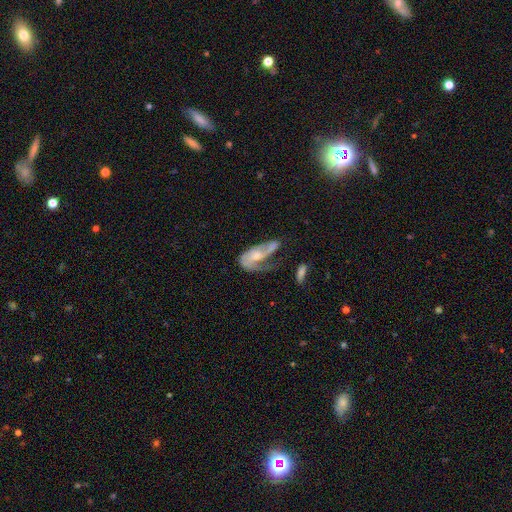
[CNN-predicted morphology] Overall: featured or disk (65%; smooth 29%). Edge-on disk: no (94%). Bar: no (67%). Spiral arms: yes (73%). Bulge size: small (42%; moderate 40%). Merging: major disturbance (47%; none 20%).